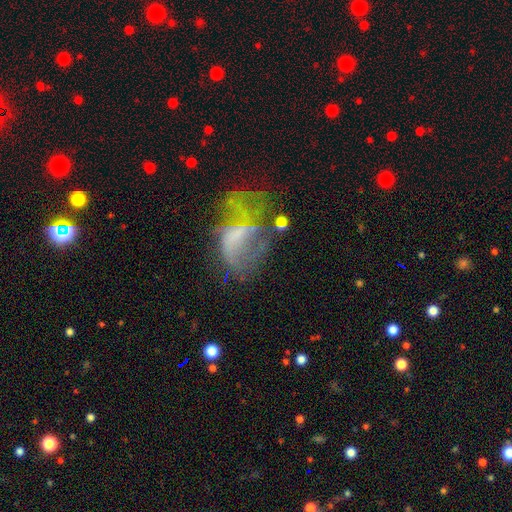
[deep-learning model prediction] Smooth or featured? featured or disk (56%)
Edge-on disk? no (95%)
Bar? no (47%)
Spiral arms? yes (57%)
Bulge size? none (41%)
Merging? none (43%)